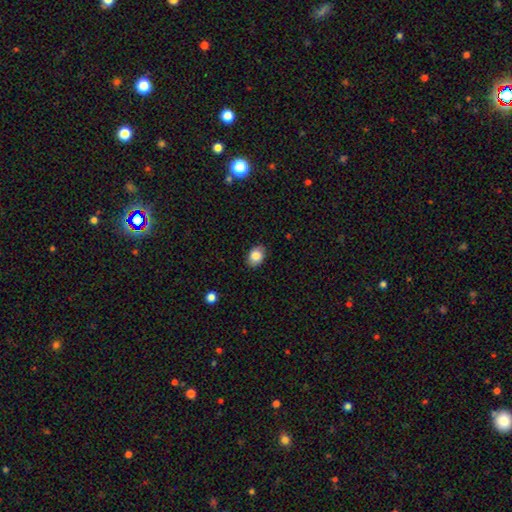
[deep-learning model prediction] smooth_or_featured: smooth (p=0.84) [alt: star or artifact p=0.08]
how_rounded: in between (p=0.72) [alt: round p=0.27]
merging: none (p=0.86) [alt: minor disturbance p=0.11]